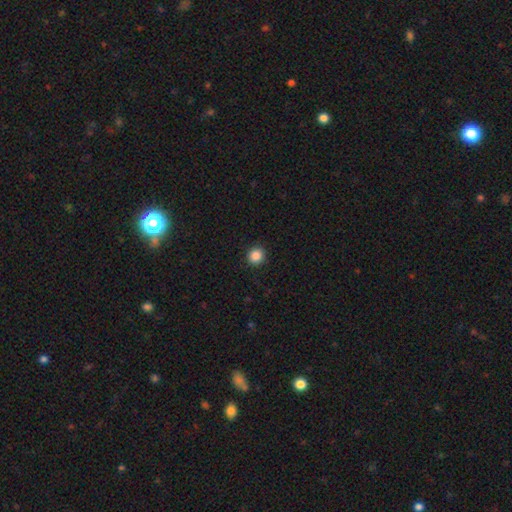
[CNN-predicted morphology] The model was most divided on "smooth or featured": smooth: 87%, star or artifact: 10%, featured or disk: 3%. More confident: merging — none (92%); how rounded — round (90%).